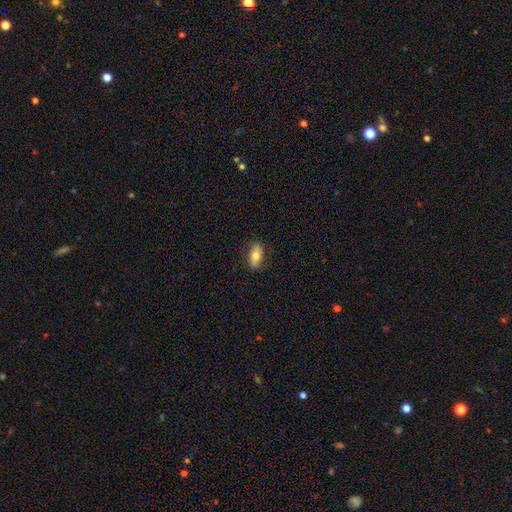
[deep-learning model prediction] smooth-or-featured: smooth: 71% | featured or disk: 22% | star or artifact: 7%
  how-rounded: in between: 86% | cigar-shaped: 9% | round: 5%
  merging: none: 84% | minor disturbance: 12% | major disturbance: 3% | merger: 1%